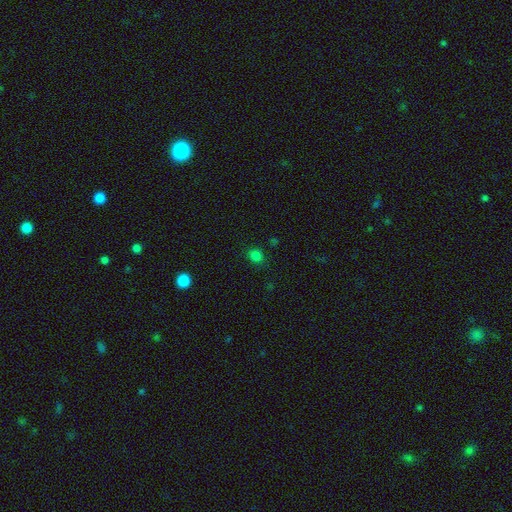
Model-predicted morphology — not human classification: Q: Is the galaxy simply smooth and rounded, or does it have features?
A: smooth — 79%.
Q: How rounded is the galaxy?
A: round — 75%.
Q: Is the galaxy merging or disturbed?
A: none — 86%.